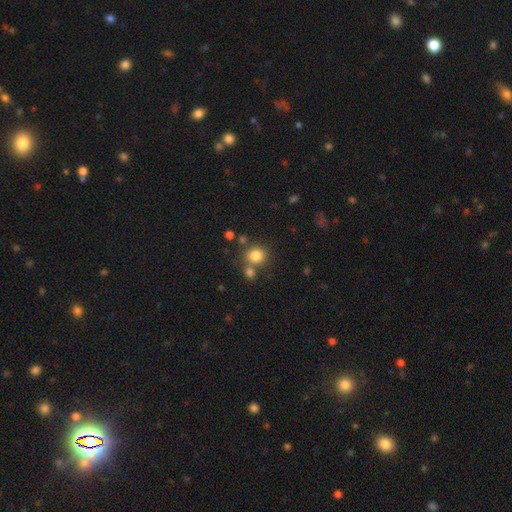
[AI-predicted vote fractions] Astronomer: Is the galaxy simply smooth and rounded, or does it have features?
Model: smooth — 81%.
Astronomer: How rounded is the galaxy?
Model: round — 82%.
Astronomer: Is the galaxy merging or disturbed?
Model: none — 66%.